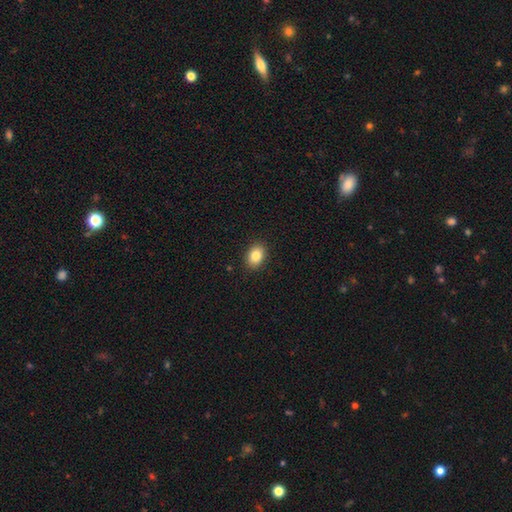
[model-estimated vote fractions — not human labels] Overall: smooth (85%). How rounded: in between (74%). Merging: none (89%).